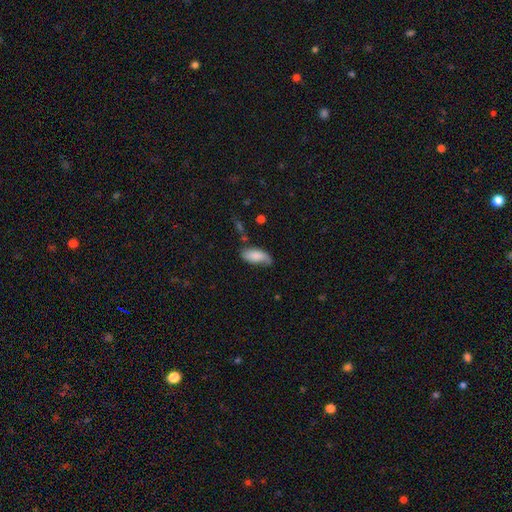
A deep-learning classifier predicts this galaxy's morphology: smooth-or-featured: smooth: 76% | featured or disk: 17% | star or artifact: 7%
  how-rounded: in between: 89% | cigar-shaped: 9% | round: 2%
  merging: none: 54% | minor disturbance: 32% | major disturbance: 10% | merger: 4%